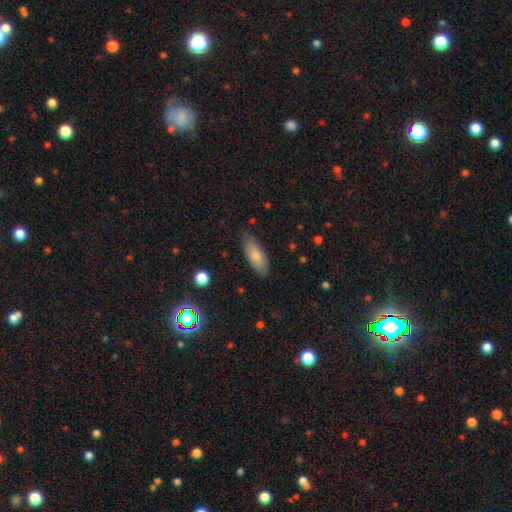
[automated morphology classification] Smooth or featured? smooth (79%)
How rounded? in between (73%)
Merging? none (80%)